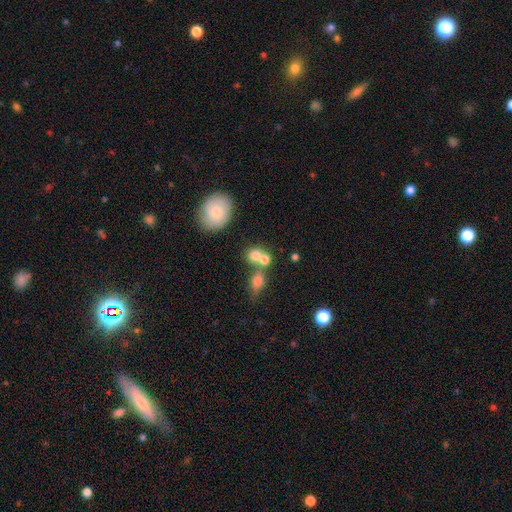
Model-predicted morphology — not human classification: Smooth or featured: smooth — 75% (featured or disk — 13%)
How rounded: round — 74% (in between — 25%)
Merging: merger — 48% (none — 38%)